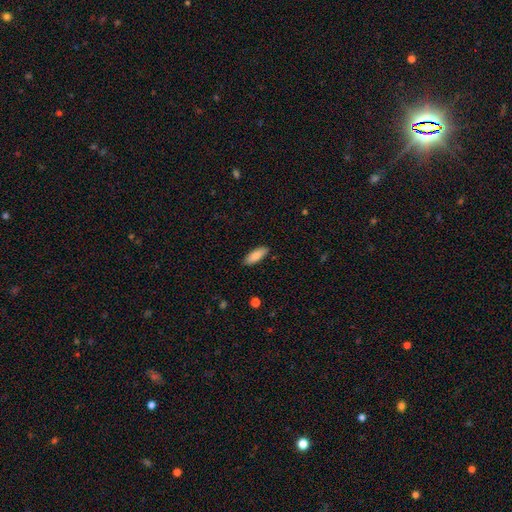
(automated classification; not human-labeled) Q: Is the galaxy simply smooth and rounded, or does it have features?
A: smooth — 85%.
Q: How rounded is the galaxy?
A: in between — 69%.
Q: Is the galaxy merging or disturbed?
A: none — 87%.